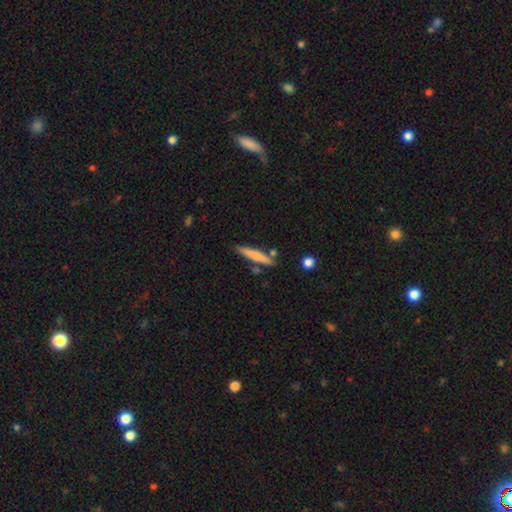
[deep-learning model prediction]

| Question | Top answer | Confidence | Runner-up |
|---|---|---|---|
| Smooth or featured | smooth | 69% | featured or disk (26%) |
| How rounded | cigar-shaped | 91% | in between (7%) |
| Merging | none | 78% | minor disturbance (12%) |